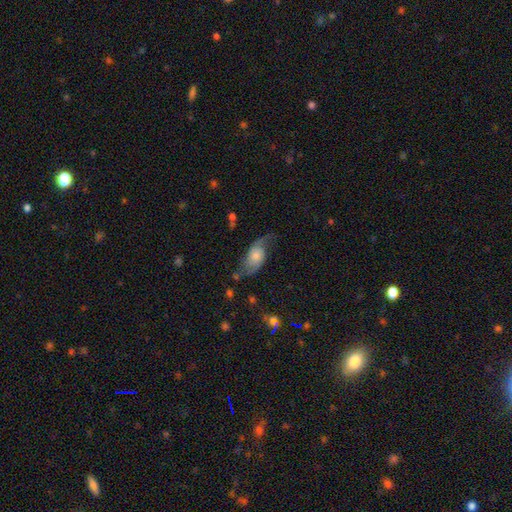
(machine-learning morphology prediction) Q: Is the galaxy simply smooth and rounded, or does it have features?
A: featured or disk — 69%.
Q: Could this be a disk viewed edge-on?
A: no — 94%.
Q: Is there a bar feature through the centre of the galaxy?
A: no — 71%.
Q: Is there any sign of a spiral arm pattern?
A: yes — 91%.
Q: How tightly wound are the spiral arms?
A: loose — 72%.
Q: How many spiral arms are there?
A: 2 — 89%.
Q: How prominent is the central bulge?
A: moderate — 40%.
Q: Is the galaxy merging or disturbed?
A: none — 56%.